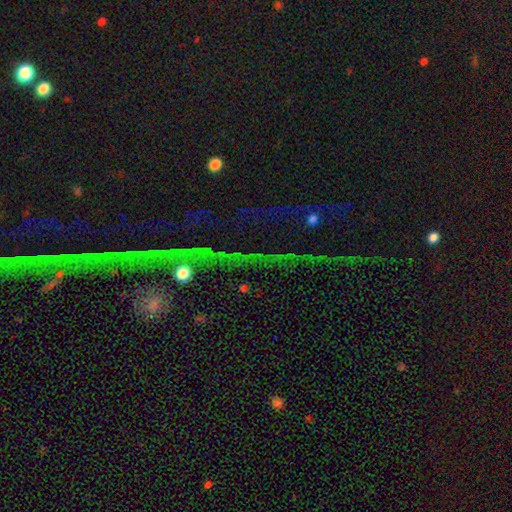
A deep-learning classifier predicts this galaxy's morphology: smooth-or-featured: star or artifact: 74% | featured or disk: 14% | smooth: 12%